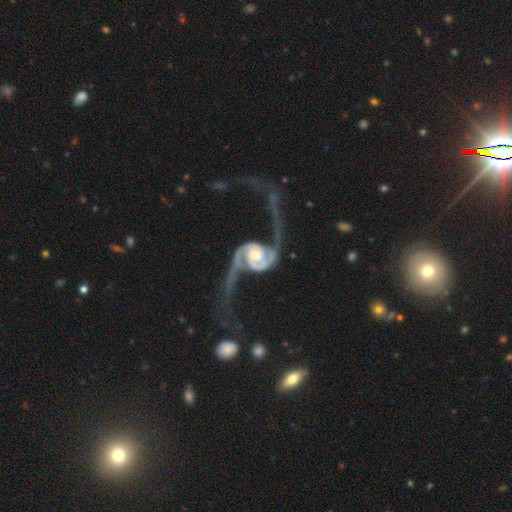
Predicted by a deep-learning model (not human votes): Overall: featured or disk (93%). Edge-on disk: no (97%). Bar: no (59%; weak 27%). Spiral arms: yes (98%). Spiral arm count: 2 (94%). Spiral winding: loose (71%). Bulge size: moderate (46%; small 34%). Merging: none (41%; major disturbance 38%).